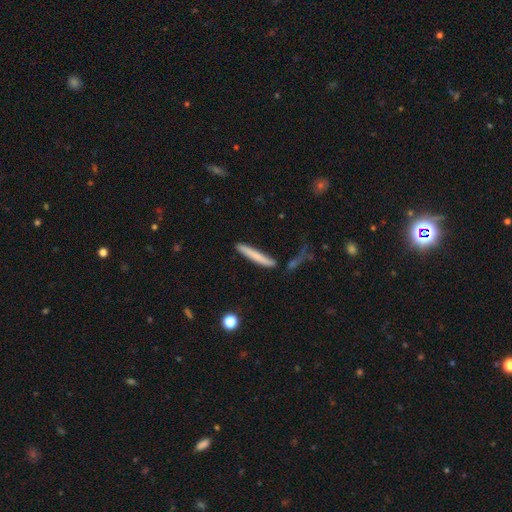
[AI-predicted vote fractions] Morphology: type=smooth (71%); roundness=cigar-shaped (95%); merging=none (78%).